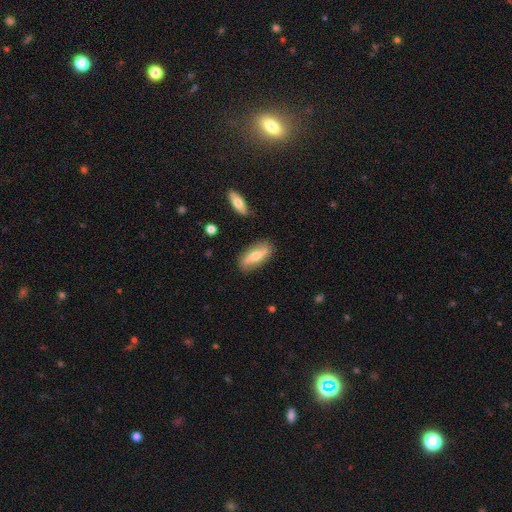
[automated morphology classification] This appears to be a smooth galaxy with no disk features (54%) that is in between round and cigar-shaped (65%). Merging: none (84%).